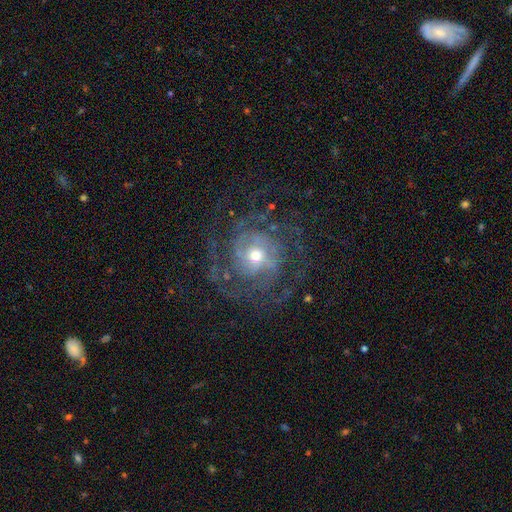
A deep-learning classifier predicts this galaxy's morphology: Smooth or featured?
  - featured or disk: 86% *
  - smooth: 8%
  - star or artifact: 6%
Edge-on disk?
  - no: 97% *
  - yes: 3%
Bar?
  - no: 65% *
  - weak: 27%
  - strong: 8%
Spiral arms?
  - yes: 93% *
  - no: 7%
Spiral winding?
  - tight: 51% *
  - medium: 36%
  - loose: 12%
Spiral arm count?
  - can't tell: 28% *
  - 2: 25%
  - 3: 21%
  - 4: 11%
  - more than 4: 8%
  - 1: 8%
Bulge size?
  - moderate: 63% *
  - small: 29%
  - large: 6%
  - dominant: 1%
  - none: 1%
Merging?
  - none: 69% *
  - major disturbance: 15%
  - minor disturbance: 15%
  - merger: 1%